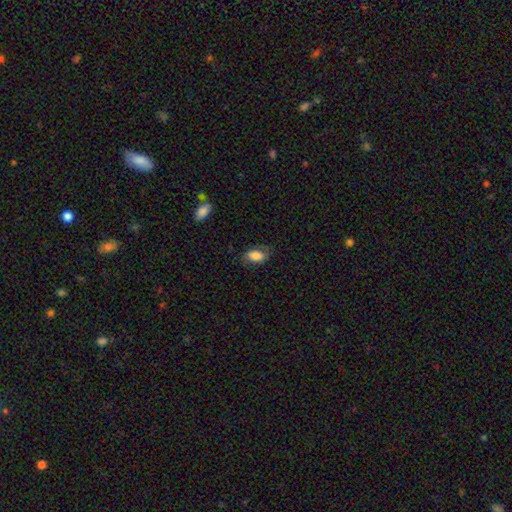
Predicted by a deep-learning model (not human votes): Morphology: type=smooth (76%); roundness=in between (91%); merging=none (67%).